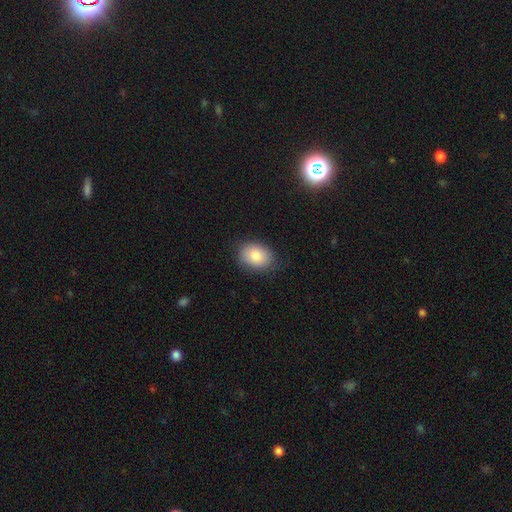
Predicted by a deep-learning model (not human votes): This appears to be a smooth galaxy with no disk features (83%) that is in between round and cigar-shaped (63%). Merging: none (81%).